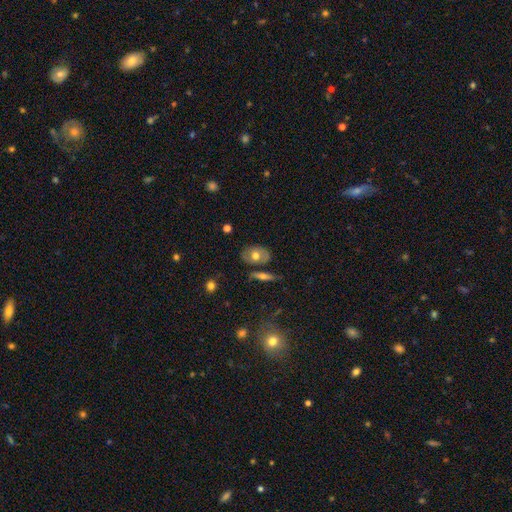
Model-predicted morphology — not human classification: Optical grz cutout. It shows a smooth galaxy with no disk features (58%) that is in between round and cigar-shaped (80%). Merging: none (72%).